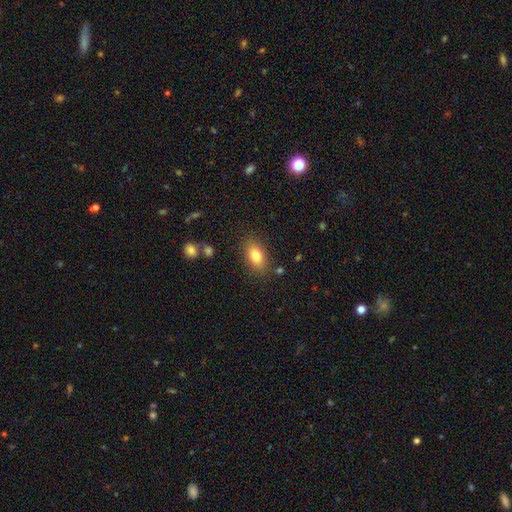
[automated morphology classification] Overall: smooth (80%). How rounded: in between (86%). Merging: none (83%).